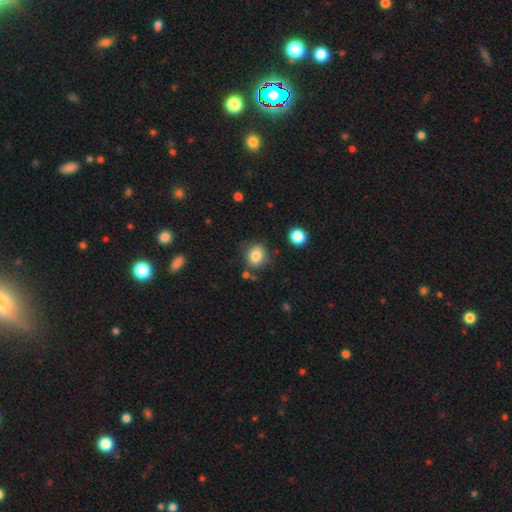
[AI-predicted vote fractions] smooth_or_featured: smooth (p=0.82) [alt: star or artifact p=0.10]
how_rounded: round (p=0.77) [alt: in between p=0.22]
merging: none (p=0.77) [alt: minor disturbance p=0.13]